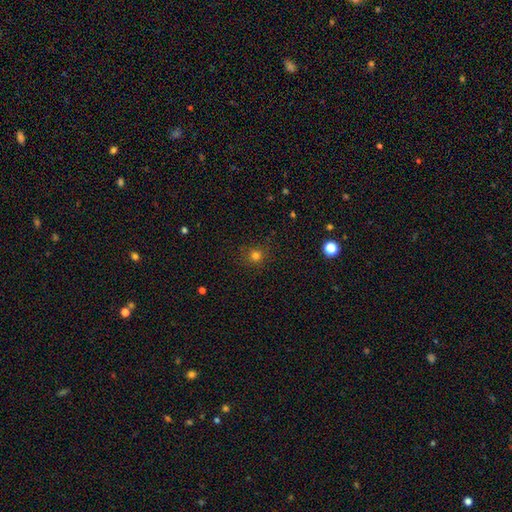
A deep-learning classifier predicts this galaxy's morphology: Smooth or featured? Predicted: smooth (p=0.77). How rounded? Predicted: round (p=0.90). Merging? Predicted: none (p=0.86).